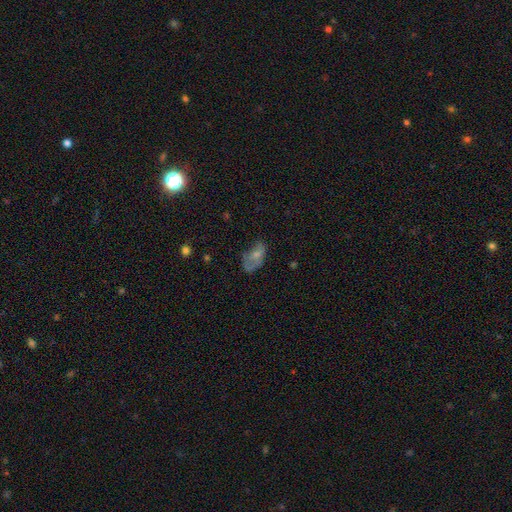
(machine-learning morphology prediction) The model was most divided on "merging": none: 34%, major disturbance: 31%, minor disturbance: 30%, merger: 4%. More confident: how rounded — in between (89%); smooth or featured — smooth (55%).